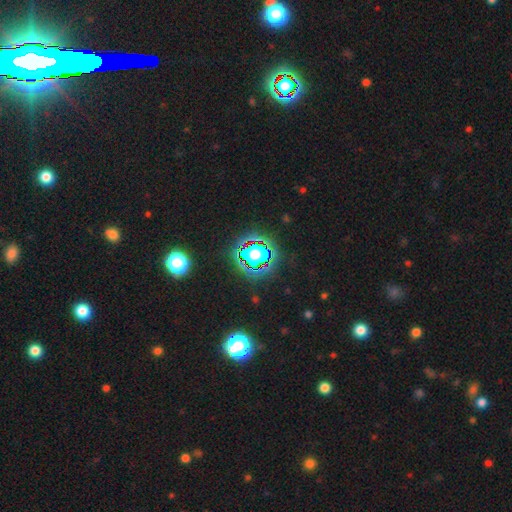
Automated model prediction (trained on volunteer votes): Q: Smooth or featured?
A: star or artifact (80%); runner-up: smooth (12%)